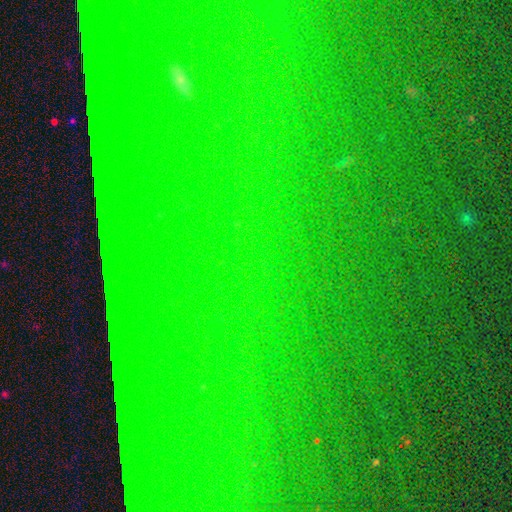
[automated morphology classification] A star or artifact, not a galaxy (80%).